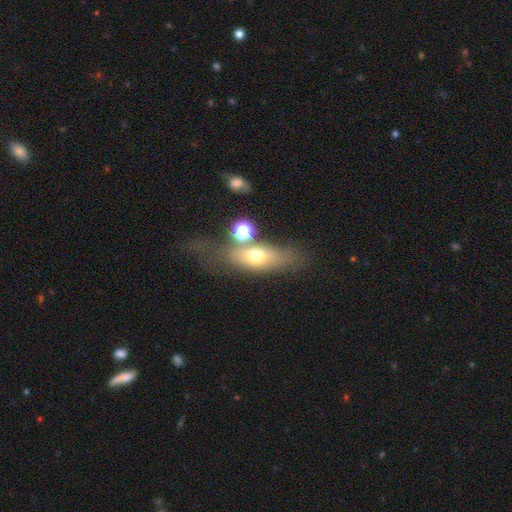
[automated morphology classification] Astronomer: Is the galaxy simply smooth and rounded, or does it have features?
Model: smooth — 59%.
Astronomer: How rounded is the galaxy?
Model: in between — 64%.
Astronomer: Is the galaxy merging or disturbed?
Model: none — 50%.